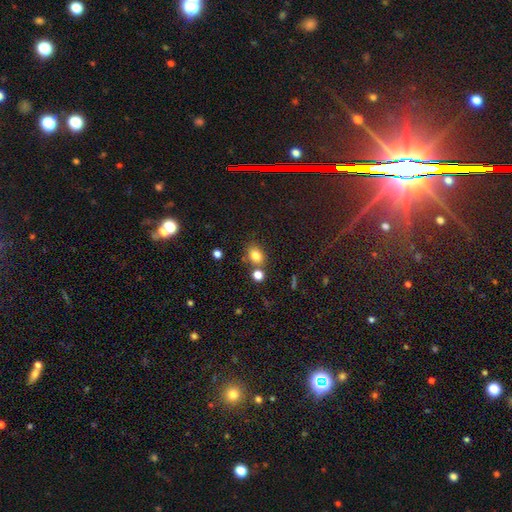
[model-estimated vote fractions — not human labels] A smooth galaxy with no disk features (78%) that is in between round and cigar-shaped (54%).

Vote fractions:
- Smooth or featured? smooth: 78% / star or artifact: 14% / featured or disk: 8%
- How rounded? in between: 54% / round: 45% / cigar-shaped: 1%
- Merging? none: 69% / merger: 14% / minor disturbance: 12% / major disturbance: 4%